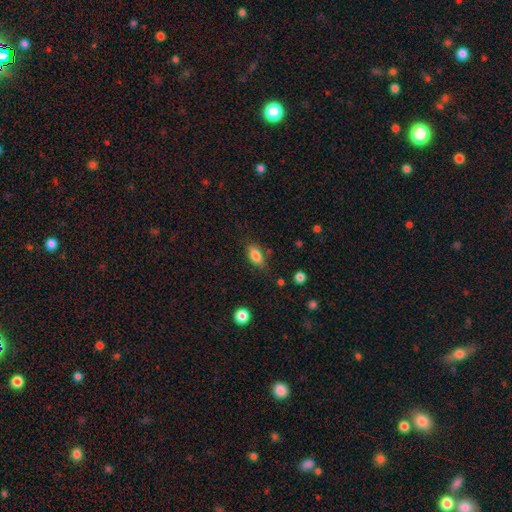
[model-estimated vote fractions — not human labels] Smooth or featured: smooth — 82% (featured or disk — 10%)
How rounded: in between — 86% (cigar-shaped — 8%)
Merging: none — 75% (minor disturbance — 18%)